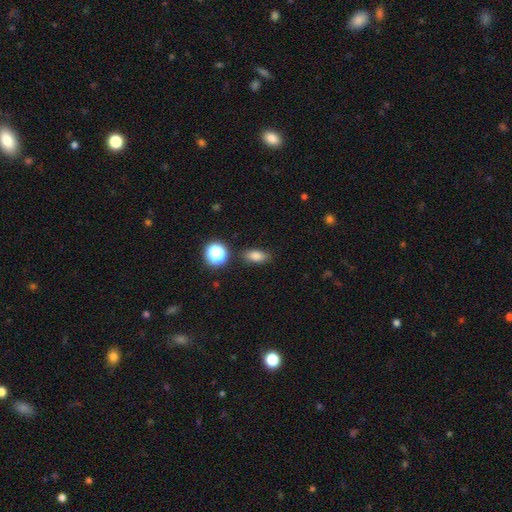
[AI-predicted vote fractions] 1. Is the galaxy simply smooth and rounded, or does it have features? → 80% smooth, 13% star or artifact, 7% featured or disk.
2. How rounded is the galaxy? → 80% in between, 12% round, 8% cigar-shaped.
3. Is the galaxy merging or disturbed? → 84% none, 11% minor disturbance, 3% major disturbance, 3% merger.